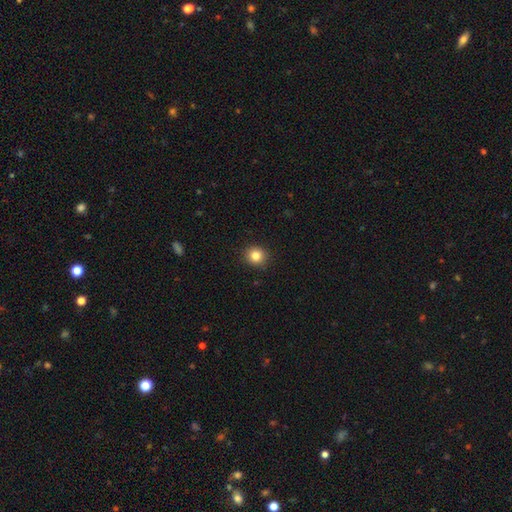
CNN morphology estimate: Smooth or featured: smooth — 83% (star or artifact — 11%)
How rounded: round — 88% (in between — 11%)
Merging: none — 91% (minor disturbance — 6%)